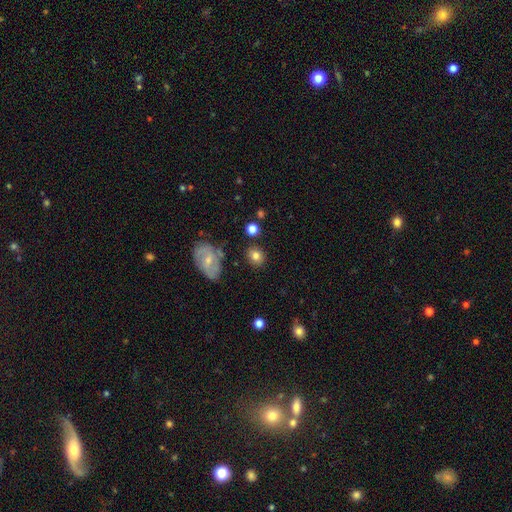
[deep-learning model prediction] Q: Smooth or featured?
A: smooth (78%); runner-up: featured or disk (12%)
Q: How rounded?
A: round (65%); runner-up: in between (34%)
Q: Merging?
A: none (80%); runner-up: minor disturbance (11%)